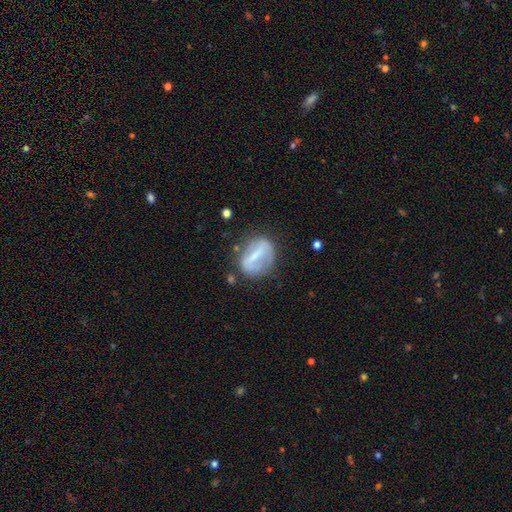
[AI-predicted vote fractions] A featured or disk galaxy (56%) with a strong bar (65%), no spiral arms (68%) and a small central bulge (39%). Merging: none (63%).